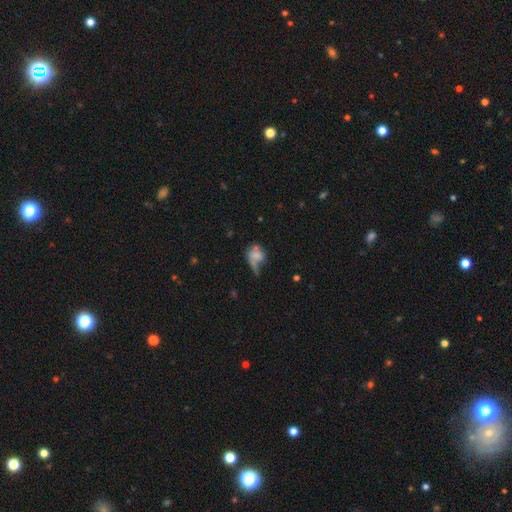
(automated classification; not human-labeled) Smooth or featured: smooth — 57% (featured or disk — 29%)
How rounded: in between — 61% (round — 36%)
Merging: major disturbance — 33% (none — 24%)